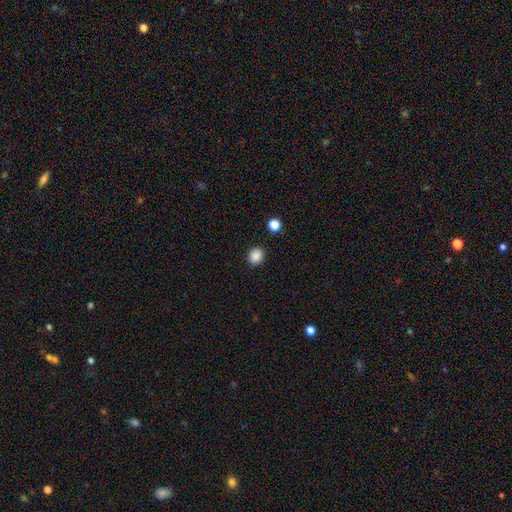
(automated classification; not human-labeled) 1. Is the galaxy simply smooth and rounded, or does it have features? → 87% smooth, 10% star or artifact, 3% featured or disk.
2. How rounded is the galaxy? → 71% round, 28% in between, 1% cigar-shaped.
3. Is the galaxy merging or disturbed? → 90% none, 6% minor disturbance, 2% major disturbance, 2% merger.